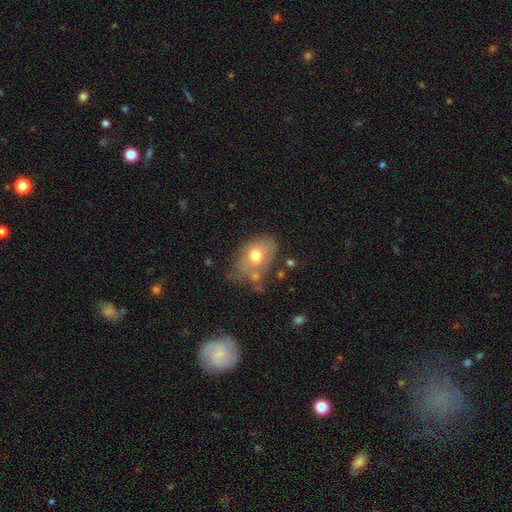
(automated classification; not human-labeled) Q: Smooth or featured?
A: smooth (63%); runner-up: featured or disk (29%)
Q: How rounded?
A: in between (75%); runner-up: round (24%)
Q: Merging?
A: none (40%); runner-up: minor disturbance (30%)